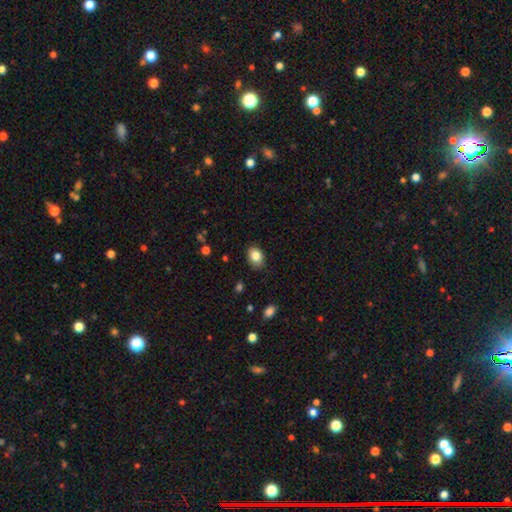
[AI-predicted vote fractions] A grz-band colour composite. It shows a smooth galaxy with no disk features (84%) that is in between round and cigar-shaped (72%). Merging: none (85%).